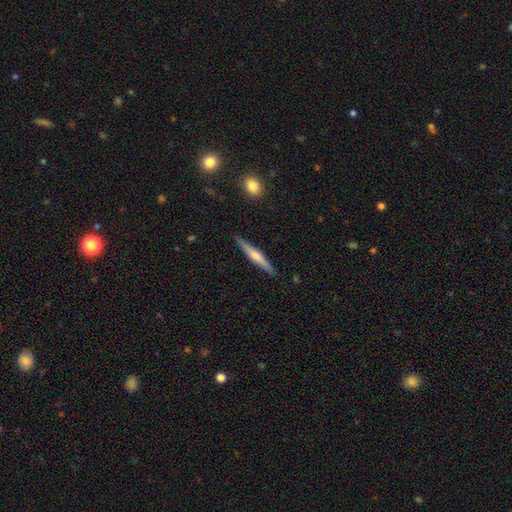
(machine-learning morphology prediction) A featured or disk galaxy (55%) viewed edge-on (97%) with a rounded central bulge (71%). Merging: none (90%).